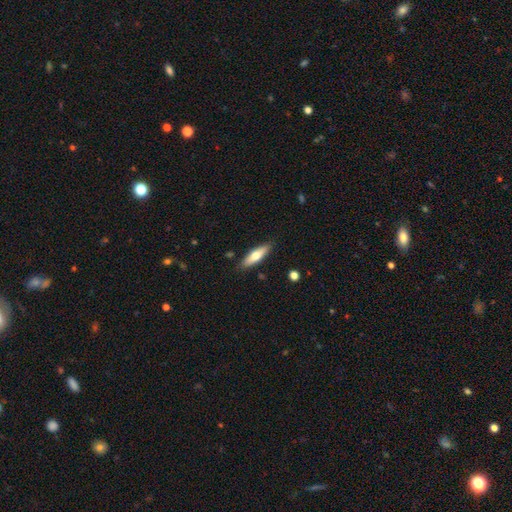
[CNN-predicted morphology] Q: Smooth or featured?
A: smooth (60%); runner-up: featured or disk (34%)
Q: How rounded?
A: cigar-shaped (59%); runner-up: in between (39%)
Q: Merging?
A: none (87%); runner-up: minor disturbance (10%)